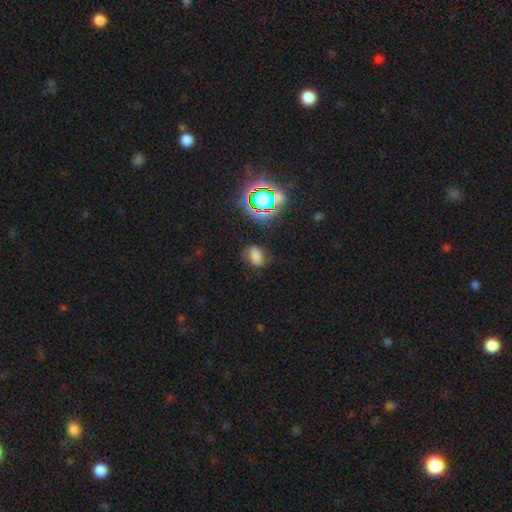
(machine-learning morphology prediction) A smooth galaxy with no disk features (61%) that is in between round and cigar-shaped (71%). Merging: none (64%).